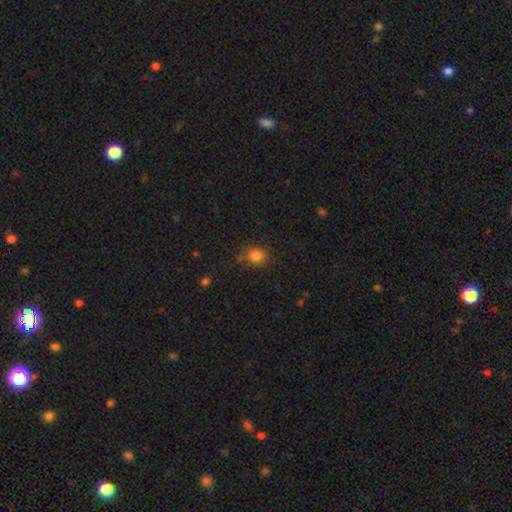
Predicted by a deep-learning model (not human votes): smooth-or-featured: smooth: 81% | star or artifact: 13% | featured or disk: 5%
  how-rounded: round: 70% | in between: 29% | cigar-shaped: 1%
  merging: none: 78% | minor disturbance: 14% | major disturbance: 4% | merger: 4%